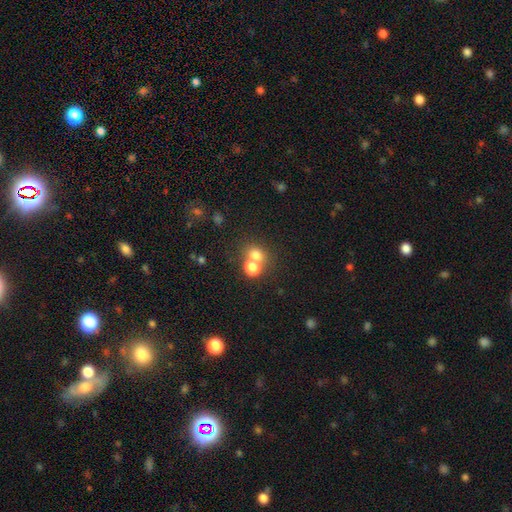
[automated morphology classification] Smooth or featured?
  - smooth: 72% *
  - star or artifact: 17%
  - featured or disk: 11%
How rounded?
  - round: 67% *
  - in between: 32%
  - cigar-shaped: 1%
Merging?
  - merger: 47% *
  - none: 42%
  - minor disturbance: 7%
  - major disturbance: 4%